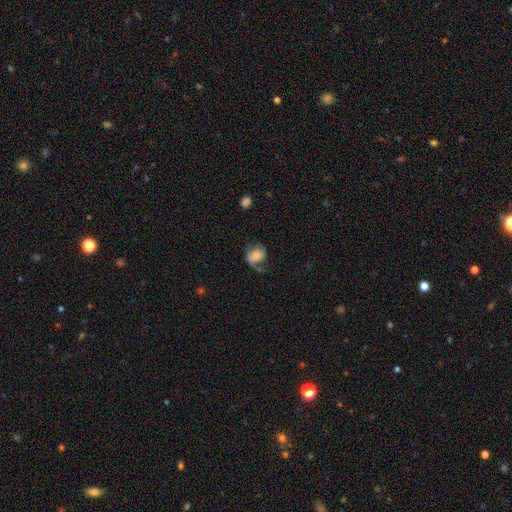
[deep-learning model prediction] smooth_or_featured: smooth (p=0.56) [alt: featured or disk p=0.34]
how_rounded: in between (p=0.55) [alt: round p=0.44]
merging: none (p=0.42) [alt: minor disturbance p=0.27]